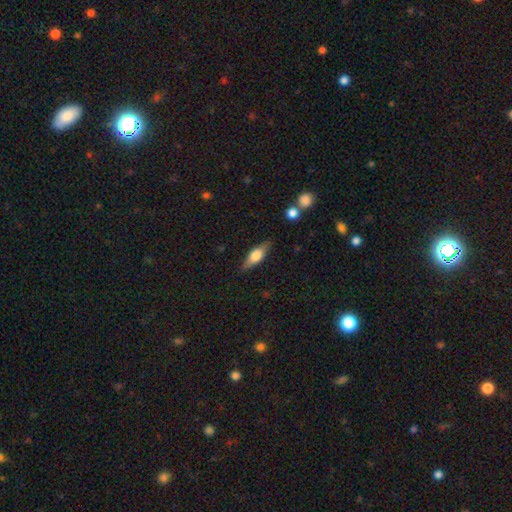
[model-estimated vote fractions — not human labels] The model was most divided on "smooth or featured": smooth: 49%, featured or disk: 44%, star or artifact: 7%. More confident: merging — none (84%).